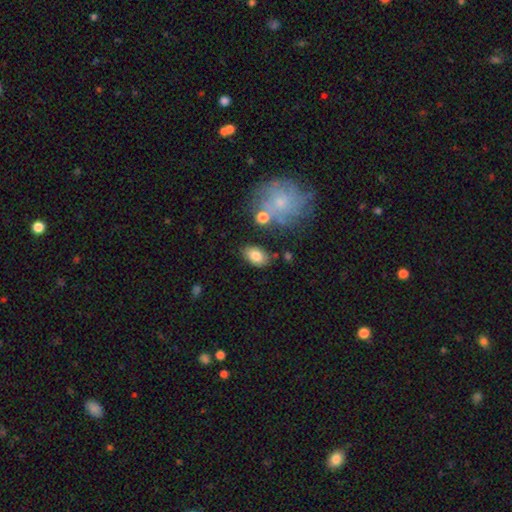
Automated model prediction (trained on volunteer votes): smooth_or_featured: smooth (p=0.80) [alt: featured or disk p=0.12]
how_rounded: in between (p=0.89) [alt: round p=0.10]
merging: none (p=0.78) [alt: minor disturbance p=0.13]